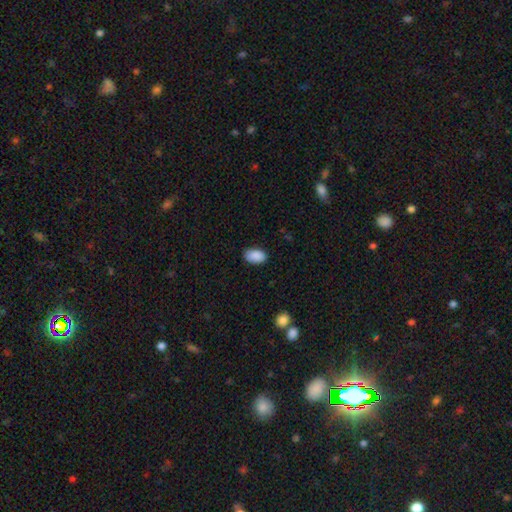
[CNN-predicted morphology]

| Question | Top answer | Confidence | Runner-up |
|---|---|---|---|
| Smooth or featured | smooth | 90% | star or artifact (7%) |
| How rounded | in between | 93% | round (6%) |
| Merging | none | 85% | minor disturbance (12%) |